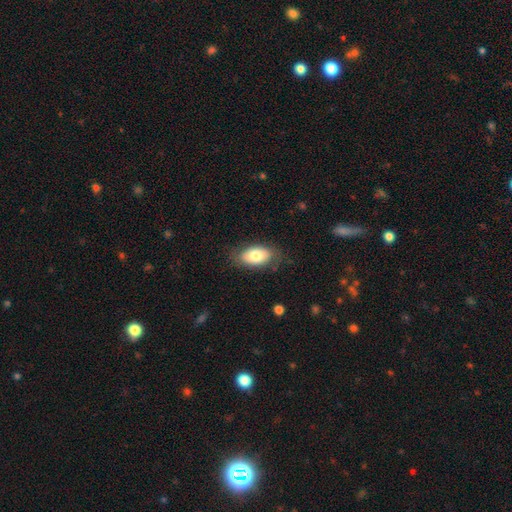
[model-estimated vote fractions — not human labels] smooth 75%, featured or disk 19%, star or artifact 7%. Down the decision tree: how rounded — in between (92%); merging — none (78%).